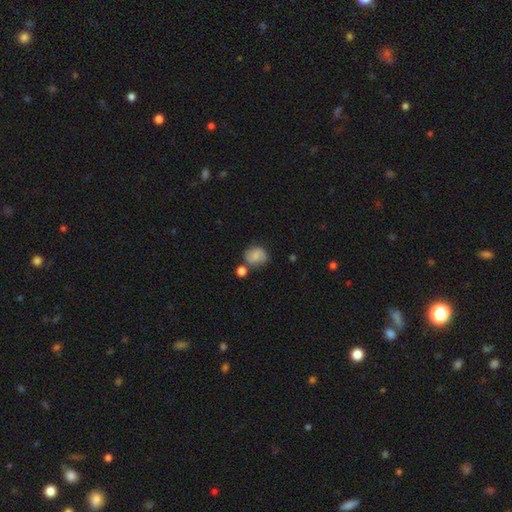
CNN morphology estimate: A smooth galaxy with no disk features (67%) that is round (65%). Merging: none (57%).